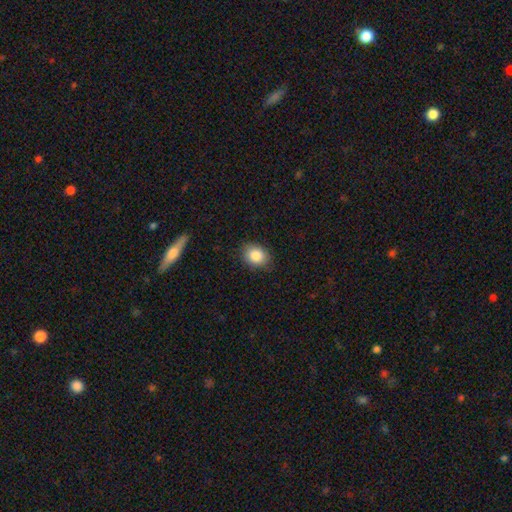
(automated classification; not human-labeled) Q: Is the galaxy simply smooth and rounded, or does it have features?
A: smooth — 85%.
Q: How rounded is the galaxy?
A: round — 50%.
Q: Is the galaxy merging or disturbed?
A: none — 86%.